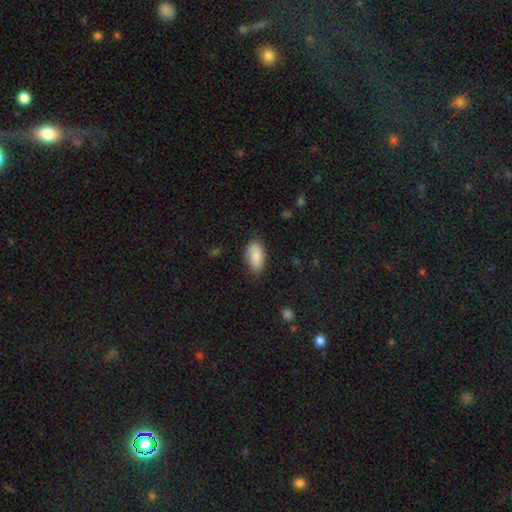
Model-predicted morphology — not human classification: This is clearly a smooth galaxy (84%). How rounded: clearly in between (94%). Merging: likely none (78%).